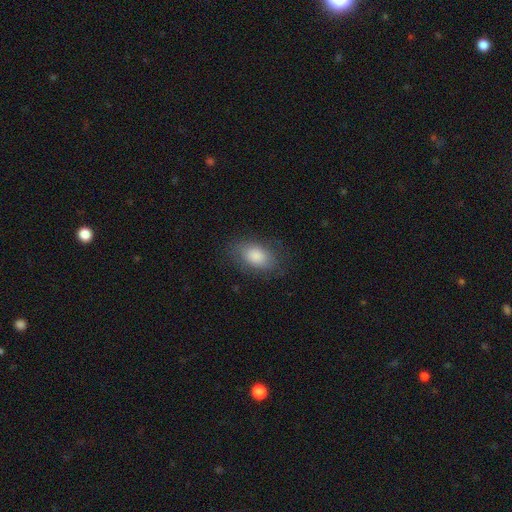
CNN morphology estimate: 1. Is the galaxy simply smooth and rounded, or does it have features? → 80% smooth, 13% featured or disk, 8% star or artifact.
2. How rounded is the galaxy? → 89% in between, 9% round, 2% cigar-shaped.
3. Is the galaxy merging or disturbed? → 78% none, 15% minor disturbance, 6% major disturbance, 1% merger.